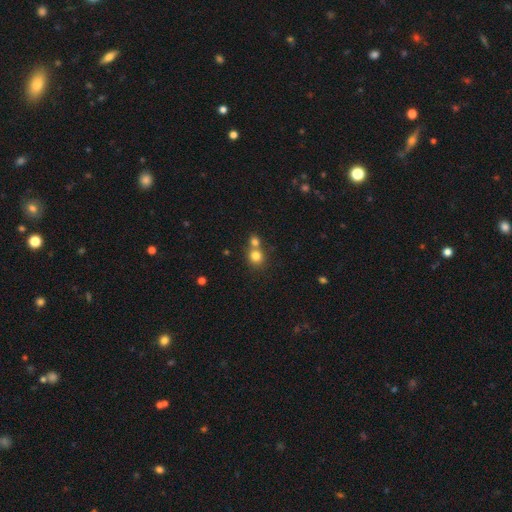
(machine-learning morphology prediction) Smooth or featured? smooth (79%)
How rounded? round (85%)
Merging? none (49%)